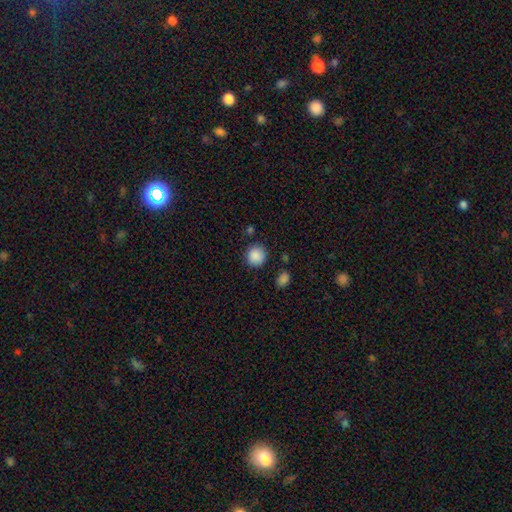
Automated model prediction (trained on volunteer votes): Smooth or featured? smooth (88%)
How rounded? round (92%)
Merging? none (85%)